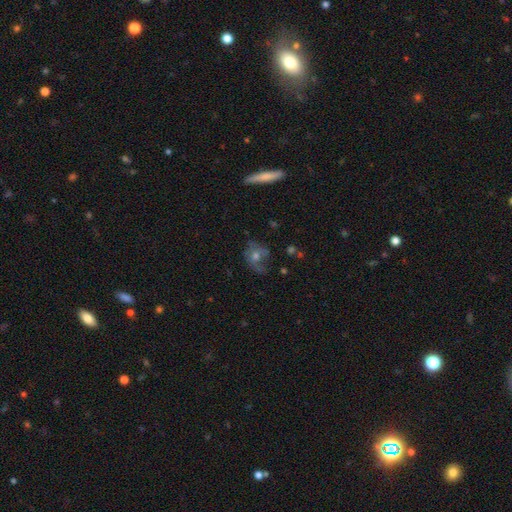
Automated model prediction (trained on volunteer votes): Smooth or featured? featured or disk (51%)
Edge-on disk? no (89%)
Merging? none (54%)